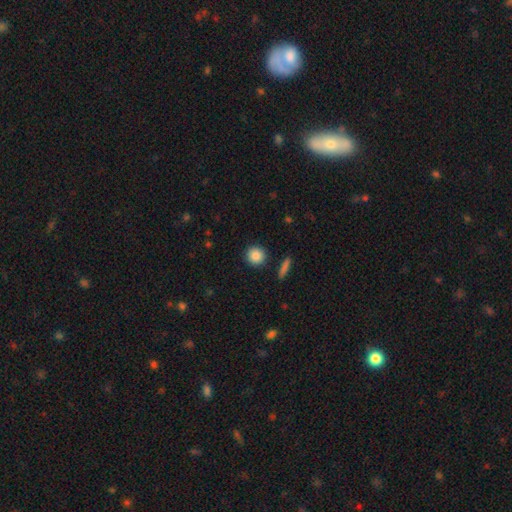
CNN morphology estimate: Smooth or featured? Predicted: smooth (p=0.87). How rounded? Predicted: round (p=0.93). Merging? Predicted: none (p=0.91).